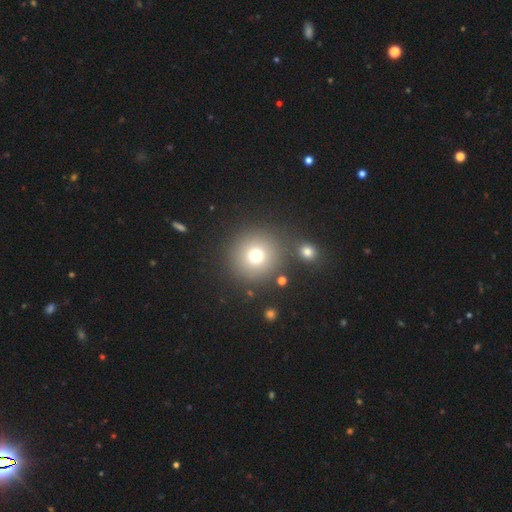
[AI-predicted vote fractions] smooth_or_featured: smooth (p=0.74) [alt: star or artifact p=0.16]
how_rounded: round (p=0.95) [alt: in between p=0.04]
merging: none (p=0.82) [alt: merger p=0.08]